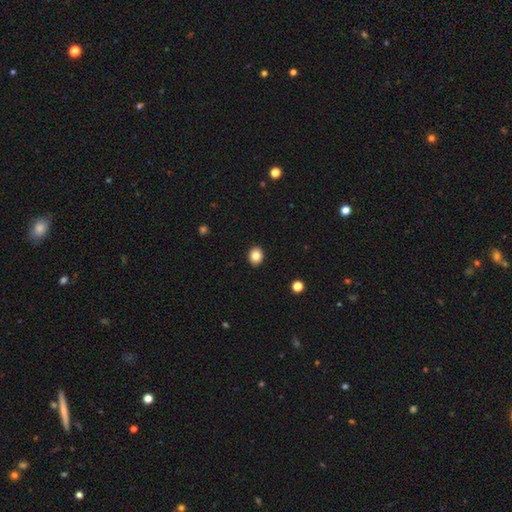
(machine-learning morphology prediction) Q: Smooth or featured?
A: smooth (83%); runner-up: star or artifact (10%)
Q: How rounded?
A: round (61%); runner-up: in between (38%)
Q: Merging?
A: none (92%); runner-up: minor disturbance (5%)